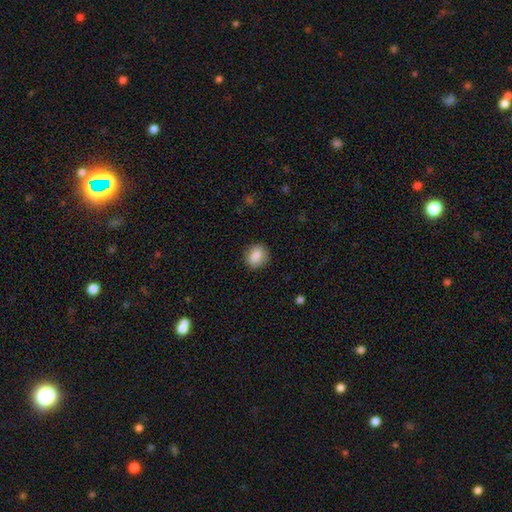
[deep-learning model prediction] smooth 85%, star or artifact 8%, featured or disk 7%. Down the decision tree: how rounded — round (68%); merging — none (87%).